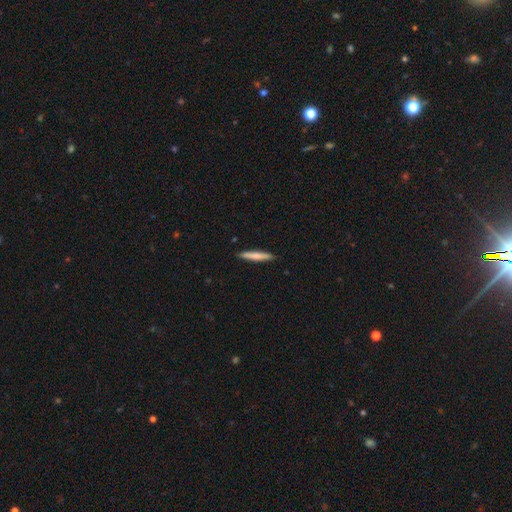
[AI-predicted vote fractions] Q: Smooth or featured?
A: smooth (68%); runner-up: featured or disk (26%)
Q: How rounded?
A: cigar-shaped (94%); runner-up: in between (5%)
Q: Merging?
A: none (90%); runner-up: minor disturbance (7%)